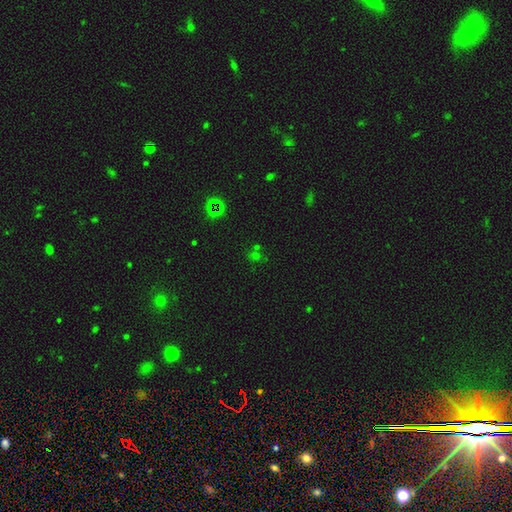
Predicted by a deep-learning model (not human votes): A star or artifact, not a galaxy (52%).

Vote fractions:
- Smooth or featured? star or artifact: 52% / smooth: 38% / featured or disk: 10%